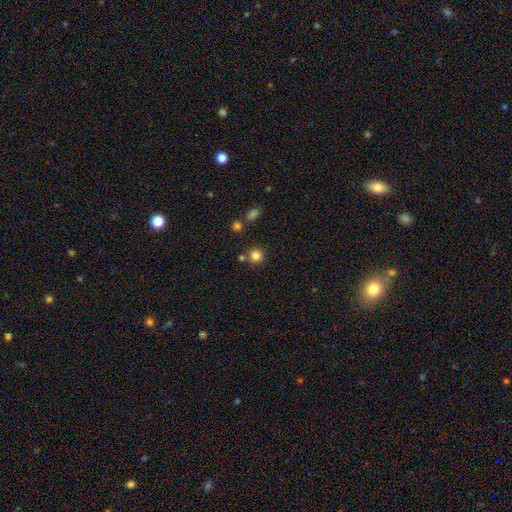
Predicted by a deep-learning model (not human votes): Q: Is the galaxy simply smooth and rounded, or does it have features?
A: smooth — 82%.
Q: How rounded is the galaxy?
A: round — 92%.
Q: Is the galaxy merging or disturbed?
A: none — 77%.